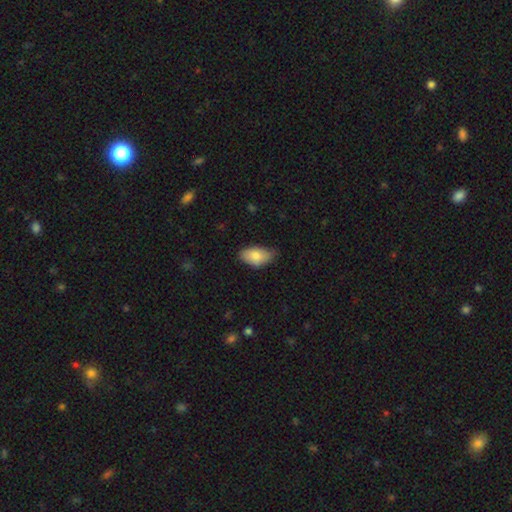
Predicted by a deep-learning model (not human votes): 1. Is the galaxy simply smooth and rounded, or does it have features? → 78% smooth, 15% featured or disk, 7% star or artifact.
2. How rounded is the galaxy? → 93% in between, 5% round, 2% cigar-shaped.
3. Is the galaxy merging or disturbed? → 59% none, 35% minor disturbance, 5% major disturbance, 1% merger.